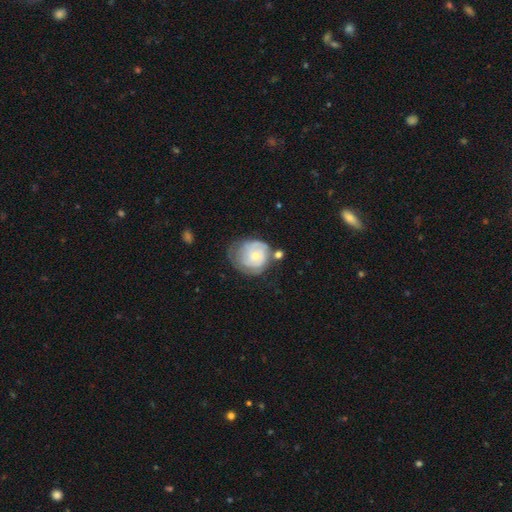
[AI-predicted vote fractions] featured or disk 66%, smooth 28%, star or artifact 6%. Down the decision tree: edge-on disk — no (98%); bar — no (80%); spiral arms — yes (80%); spiral arm count — can't tell (47%); spiral winding — tight (70%); bulge size — small (61%); merging — none (44%).